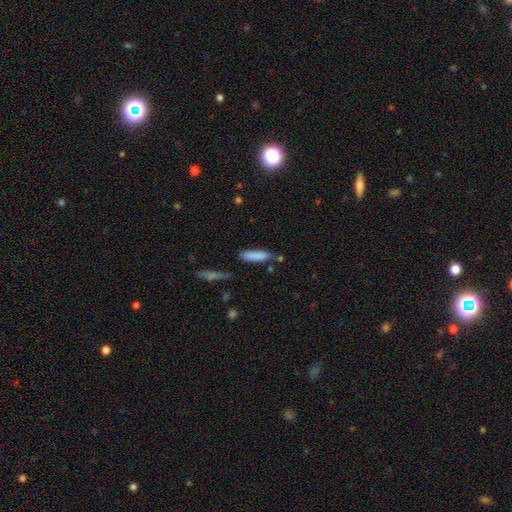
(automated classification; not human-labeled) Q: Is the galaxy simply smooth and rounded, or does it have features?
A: smooth — 85%.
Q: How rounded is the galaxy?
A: cigar-shaped — 64%.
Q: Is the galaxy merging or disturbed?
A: none — 69%.